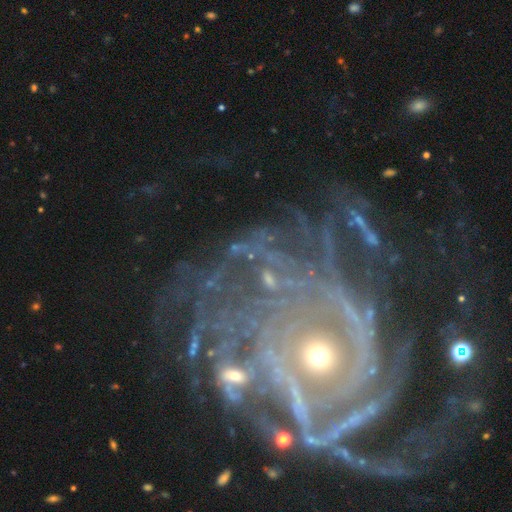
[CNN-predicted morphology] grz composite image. It shows a featured or disk galaxy (84%) with no bar (79%), tight (76%) spiral arms (90%) and a small central bulge (62%). Merging: none (57%).